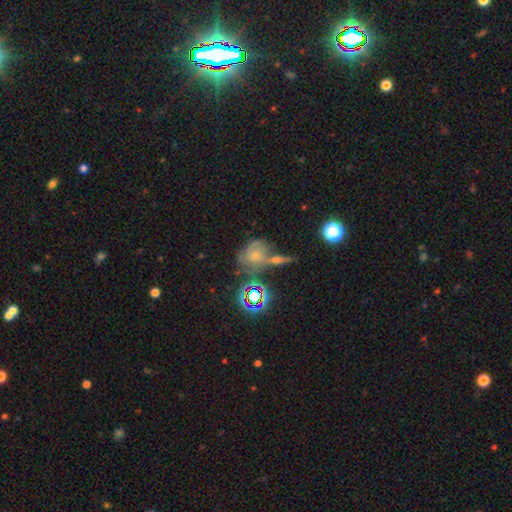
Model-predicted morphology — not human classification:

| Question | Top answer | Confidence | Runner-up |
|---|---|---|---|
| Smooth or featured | featured or disk | 35% | tied: smooth (35%) |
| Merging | none | 41% | merger (34%) |